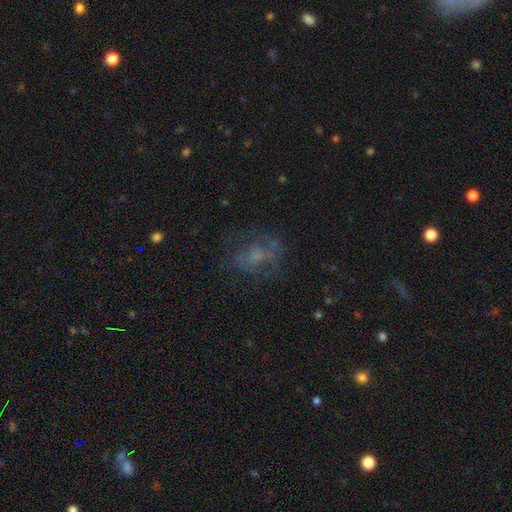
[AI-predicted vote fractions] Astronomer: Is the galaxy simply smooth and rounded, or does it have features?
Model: smooth — 40%, tied with featured or disk at 40%.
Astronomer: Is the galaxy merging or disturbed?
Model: none — 55%.